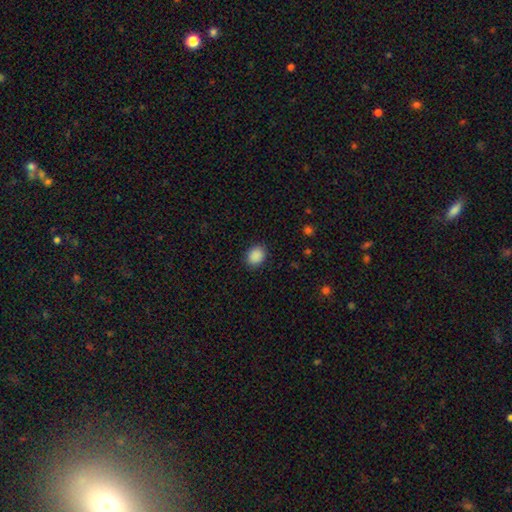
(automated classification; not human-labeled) smooth-or-featured: smooth: 89% | star or artifact: 8% | featured or disk: 2%
  how-rounded: round: 55% | in between: 44% | cigar-shaped: 1%
  merging: none: 88% | minor disturbance: 8% | major disturbance: 3% | merger: 1%